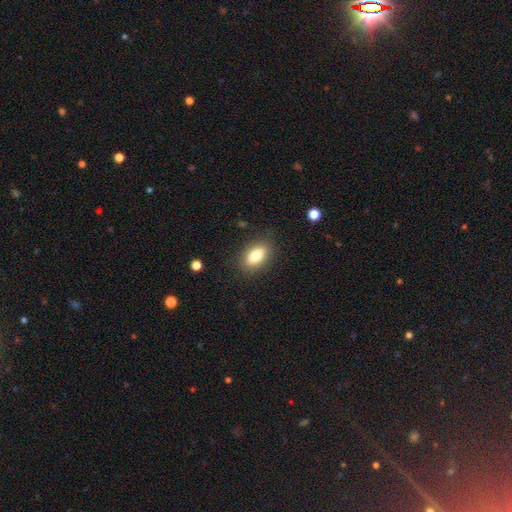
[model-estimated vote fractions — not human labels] smooth-or-featured: smooth: 80% | featured or disk: 12% | star or artifact: 8%
  how-rounded: in between: 88% | round: 6% | cigar-shaped: 6%
  merging: none: 85% | minor disturbance: 10% | major disturbance: 3% | merger: 1%